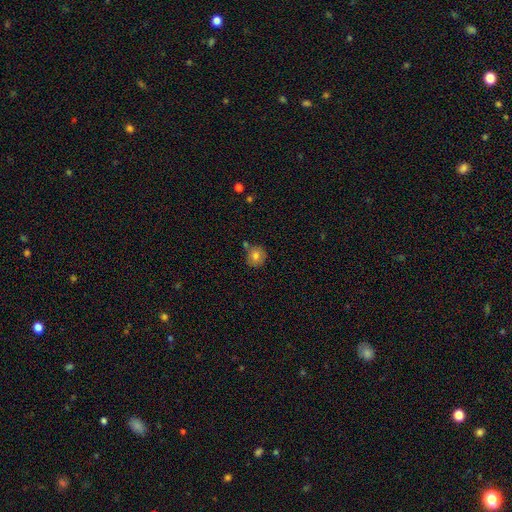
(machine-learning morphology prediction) The model was most divided on "merging": none: 72%, minor disturbance: 14%, merger: 10%, major disturbance: 3%. More confident: how rounded — round (89%); smooth or featured — smooth (78%).